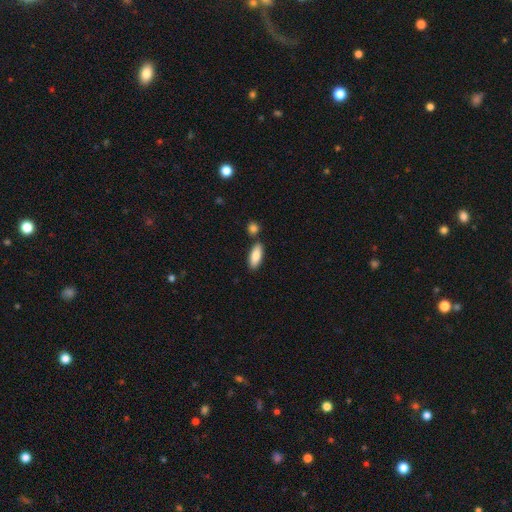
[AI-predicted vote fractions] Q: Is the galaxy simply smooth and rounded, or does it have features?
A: smooth — 83%.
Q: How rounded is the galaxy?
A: in between — 71%.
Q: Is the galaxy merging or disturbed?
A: none — 80%.